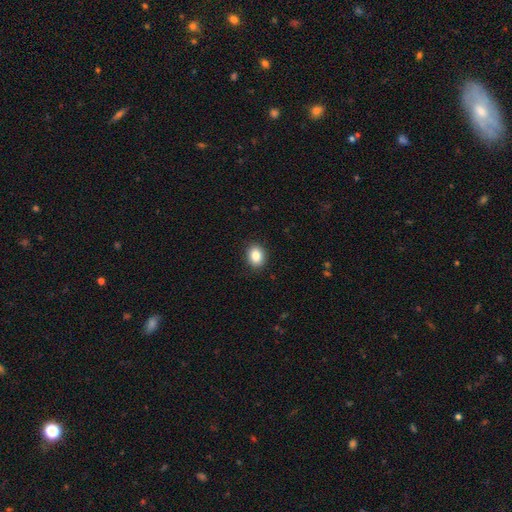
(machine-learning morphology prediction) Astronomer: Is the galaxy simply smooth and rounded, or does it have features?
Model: smooth — 85%.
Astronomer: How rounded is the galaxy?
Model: in between — 53% (runner-up: round, 46%).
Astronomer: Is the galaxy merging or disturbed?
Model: none — 90%.